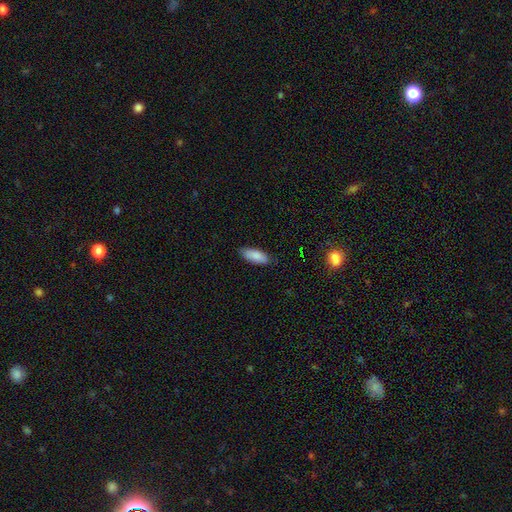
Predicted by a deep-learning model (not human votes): Smooth or featured? smooth (87%)
How rounded? in between (76%)
Merging? none (84%)